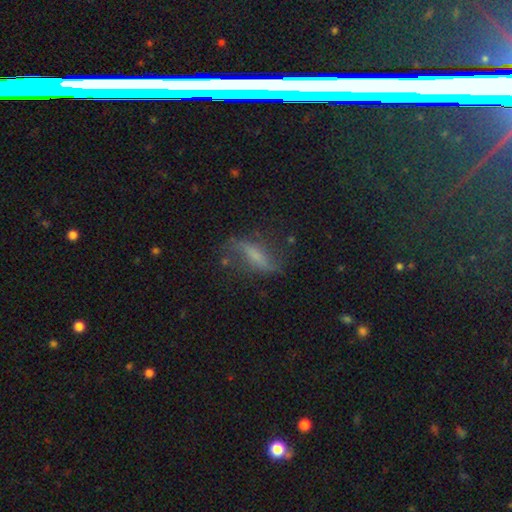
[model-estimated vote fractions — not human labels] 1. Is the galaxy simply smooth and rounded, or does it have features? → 51% featured or disk, 38% smooth, 11% star or artifact.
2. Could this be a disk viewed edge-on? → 75% no, 25% yes.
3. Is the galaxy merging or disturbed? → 56% none, 24% minor disturbance, 16% major disturbance, 4% merger.